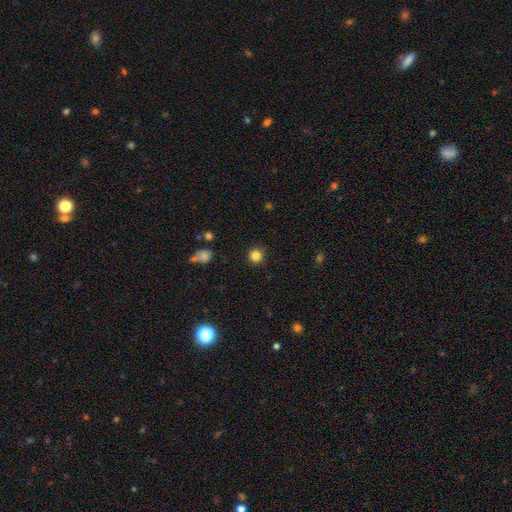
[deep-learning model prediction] smooth_or_featured: smooth (p=0.84) [alt: star or artifact p=0.12]
how_rounded: round (p=0.94) [alt: in between p=0.05]
merging: none (p=0.90) [alt: minor disturbance p=0.06]